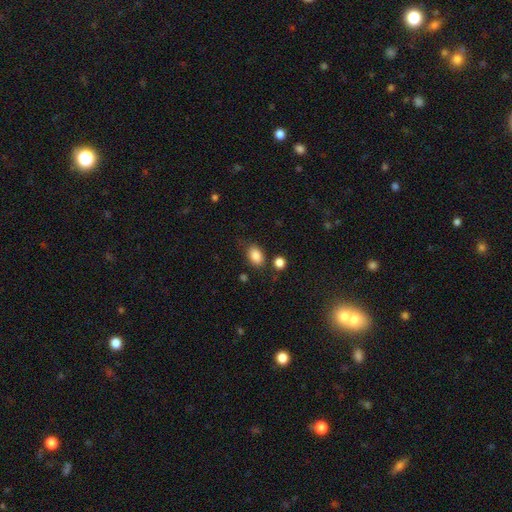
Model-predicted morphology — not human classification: A smooth galaxy with no disk features (86%) that is in between round and cigar-shaped (84%).

Vote fractions:
- Smooth or featured? smooth: 86% / star or artifact: 9% / featured or disk: 5%
- How rounded? in between: 84% / round: 14% / cigar-shaped: 1%
- Merging? none: 75% / minor disturbance: 15% / merger: 6% / major disturbance: 4%